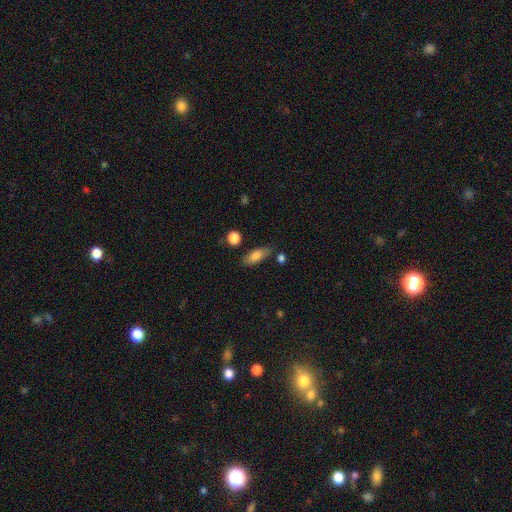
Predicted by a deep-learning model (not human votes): Smooth or featured: smooth — 80% (featured or disk — 12%)
How rounded: in between — 75% (cigar-shaped — 21%)
Merging: none — 75% (minor disturbance — 16%)